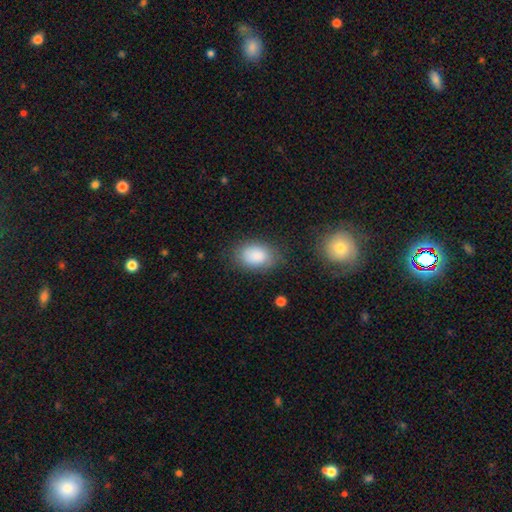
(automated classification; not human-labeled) The model was most divided on "merging": none: 77%, minor disturbance: 16%, major disturbance: 5%, merger: 2%. More confident: smooth or featured — smooth (87%); how rounded — in between (85%).